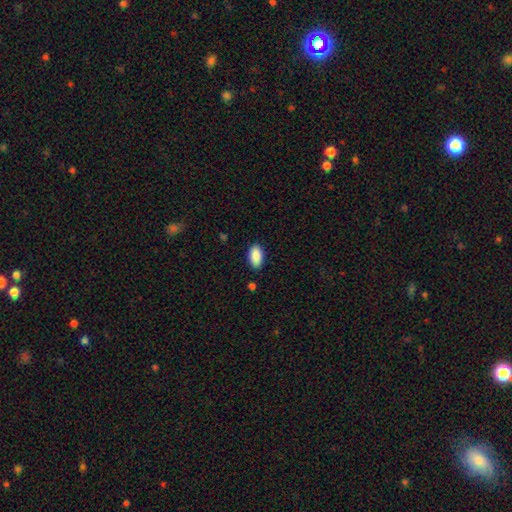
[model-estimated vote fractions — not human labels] smooth_or_featured: smooth (p=0.90) [alt: star or artifact p=0.07]
how_rounded: in between (p=0.94) [alt: round p=0.03]
merging: none (p=0.86) [alt: minor disturbance p=0.10]